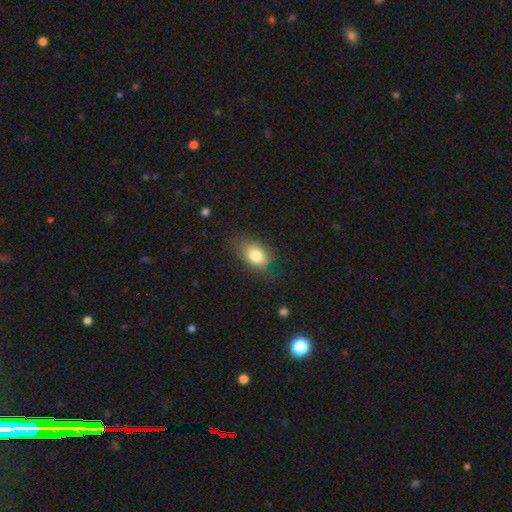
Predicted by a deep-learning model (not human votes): Q: Smooth or featured?
A: smooth (79%); runner-up: featured or disk (12%)
Q: How rounded?
A: in between (77%); runner-up: round (22%)
Q: Merging?
A: none (62%); runner-up: minor disturbance (26%)